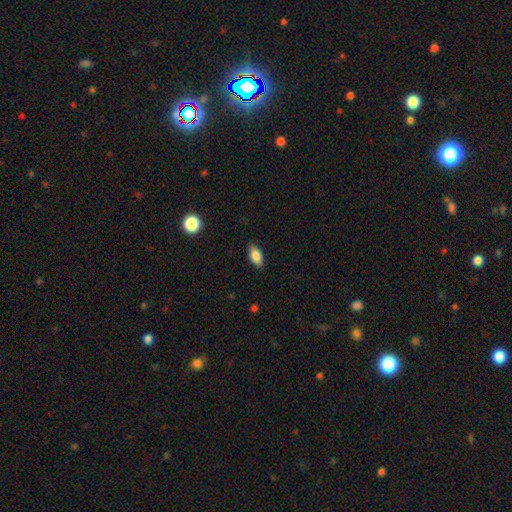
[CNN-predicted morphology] This appears to be a smooth galaxy with no disk features (85%) that is in between round and cigar-shaped (89%). Merging: none (85%).